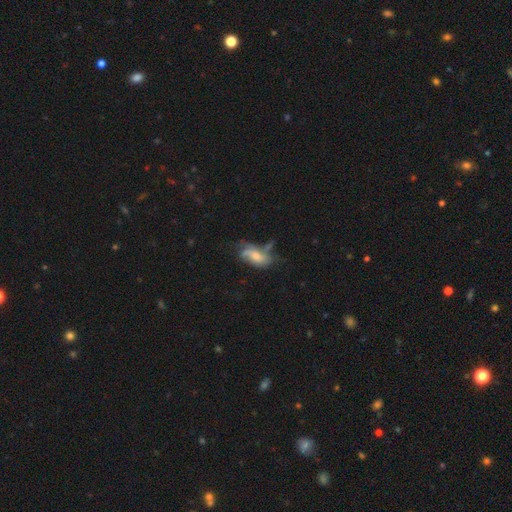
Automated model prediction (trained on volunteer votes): smooth-or-featured: featured or disk: 51% | smooth: 41% | star or artifact: 9%
  disk-edge-on: no: 92% | yes: 8%
  merging: none: 34% | minor disturbance: 27% | major disturbance: 26% | merger: 13%